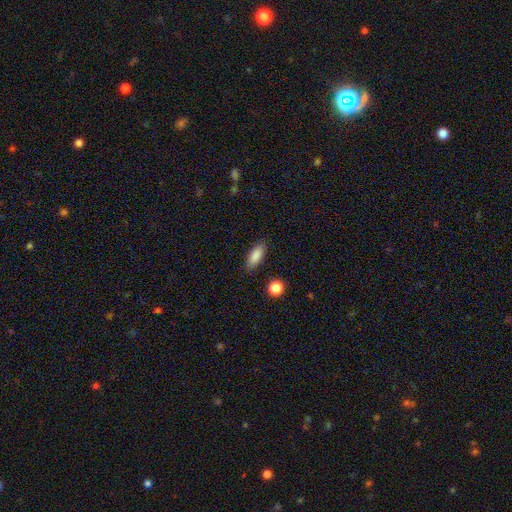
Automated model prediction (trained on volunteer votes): Overall: smooth (87%). How rounded: in between (73%). Merging: none (86%).